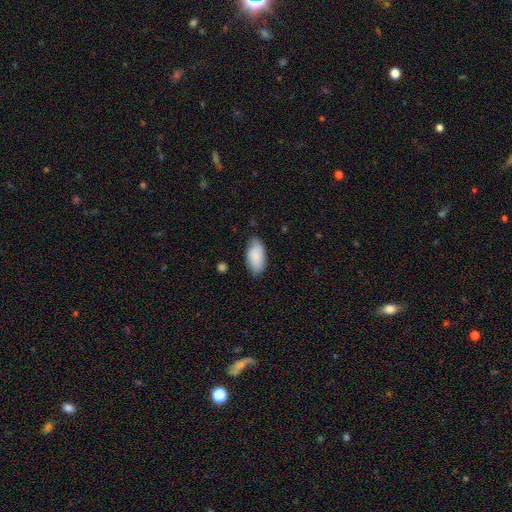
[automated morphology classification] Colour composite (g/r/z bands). It shows a smooth galaxy with no disk features (84%) that is in between round and cigar-shaped (94%). Merging: none (72%).